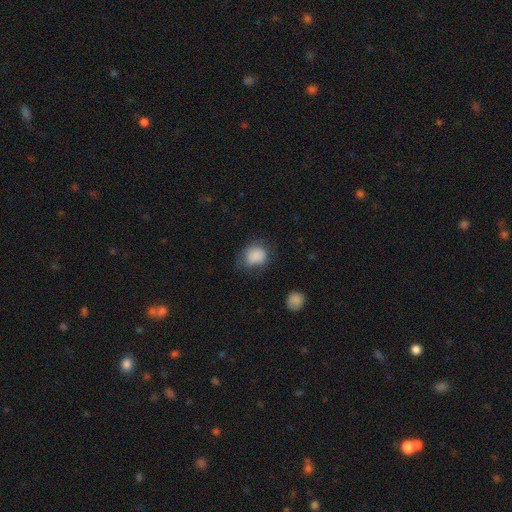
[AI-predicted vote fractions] A smooth galaxy with no disk features (84%) that is round (60%).

Vote fractions:
- Smooth or featured? smooth: 84% / star or artifact: 9% / featured or disk: 7%
- How rounded? round: 60% / in between: 40% / cigar-shaped: 1%
- Merging? none: 56% / minor disturbance: 29% / major disturbance: 13% / merger: 2%